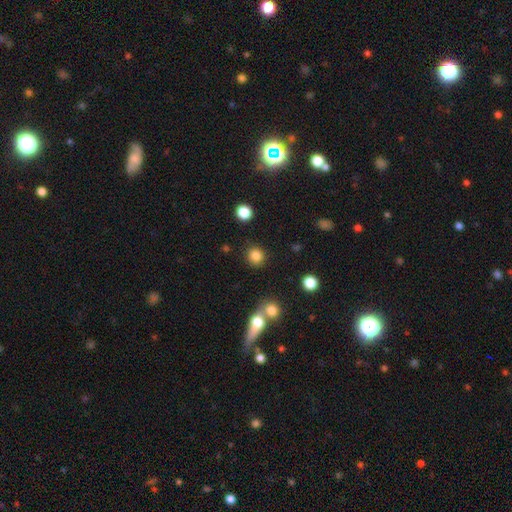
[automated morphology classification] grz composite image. It shows a smooth galaxy with no disk features (84%) that is round (90%). Merging: none (86%).